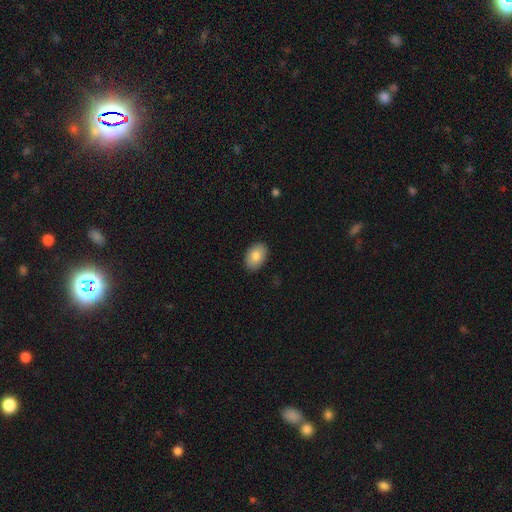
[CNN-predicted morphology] Smooth or featured: smooth — 84% (featured or disk — 9%)
How rounded: in between — 87% (round — 12%)
Merging: none — 89% (minor disturbance — 8%)